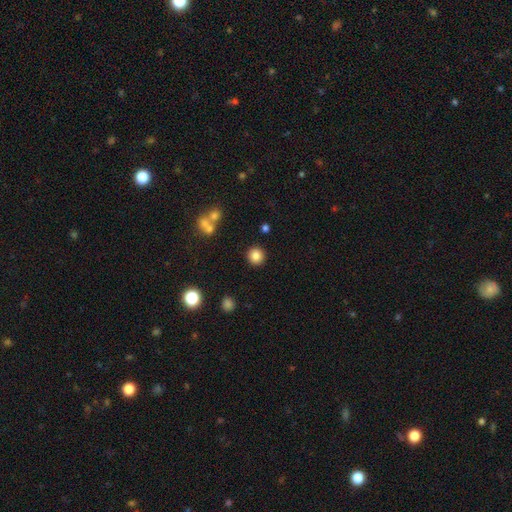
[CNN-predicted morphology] The model was most divided on "smooth or featured": smooth: 83%, star or artifact: 11%, featured or disk: 7%. More confident: how rounded — round (93%); merging — none (89%).